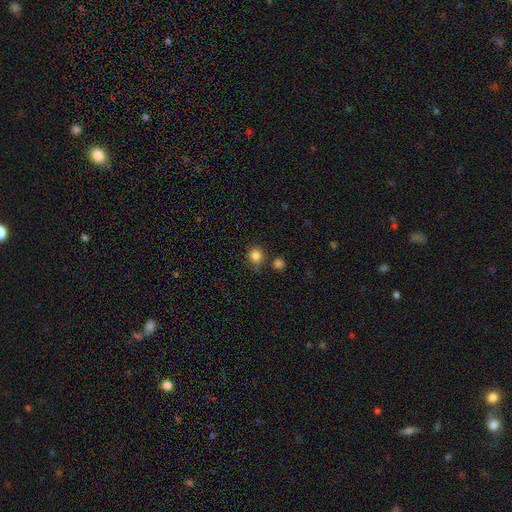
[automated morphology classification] Smooth or featured? Predicted: smooth (p=0.84). How rounded? Predicted: round (p=0.89). Merging? Predicted: none (p=0.74).